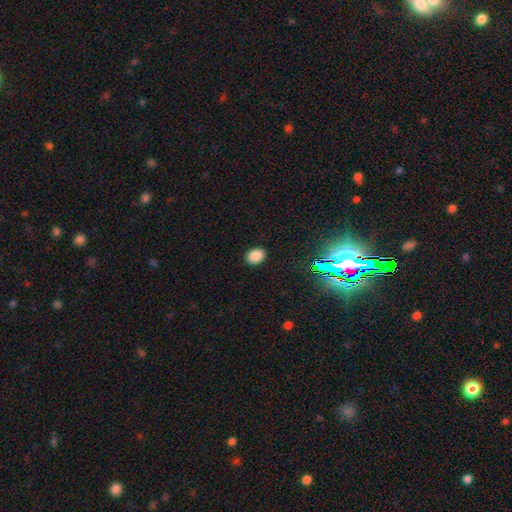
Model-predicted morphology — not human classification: smooth-or-featured: smooth: 84% | star or artifact: 13% | featured or disk: 3%
  how-rounded: in between: 74% | round: 25% | cigar-shaped: 1%
  merging: none: 89% | minor disturbance: 8% | major disturbance: 2% | merger: 1%